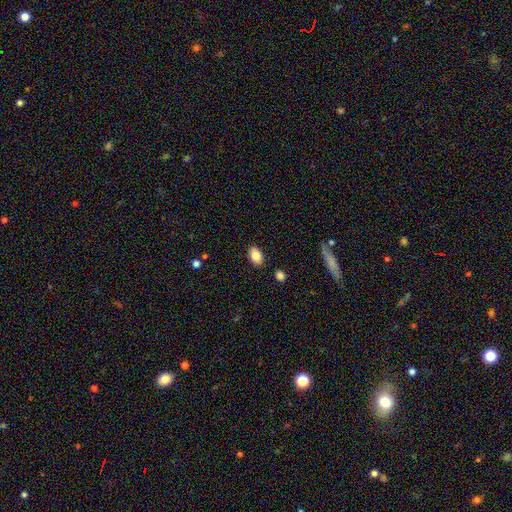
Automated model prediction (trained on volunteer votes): Morphology: type=smooth (84%); roundness=in between (91%); merging=none (87%).